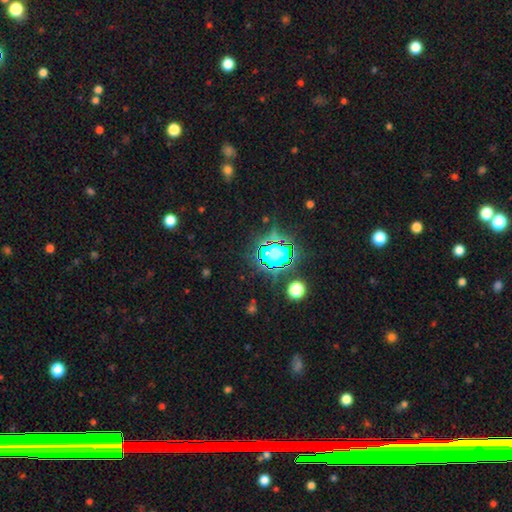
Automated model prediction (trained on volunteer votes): Smooth or featured: star or artifact — 81% (smooth — 11%)